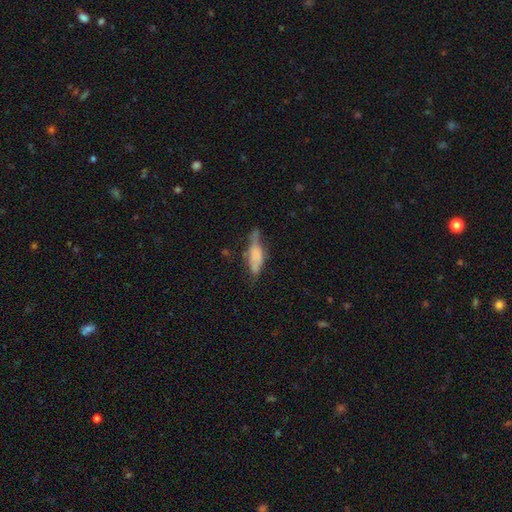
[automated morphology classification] smooth 57%, featured or disk 34%, star or artifact 9%. Down the decision tree: how rounded — cigar-shaped (49%); merging — none (40%).